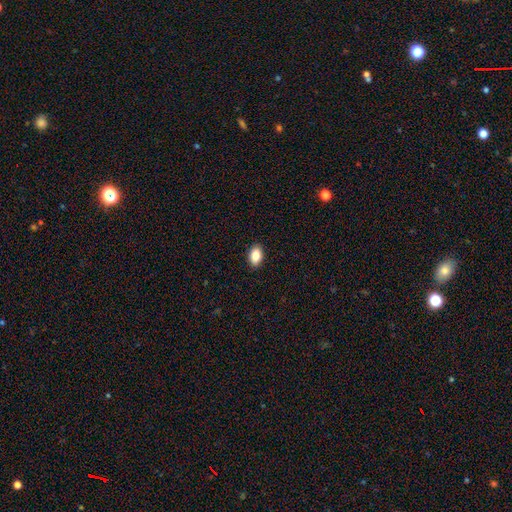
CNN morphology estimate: Smooth or featured?
  - smooth: 87% *
  - star or artifact: 7%
  - featured or disk: 6%
How rounded?
  - in between: 90% *
  - round: 8%
  - cigar-shaped: 1%
Merging?
  - none: 90% *
  - minor disturbance: 7%
  - major disturbance: 2%
  - merger: 1%